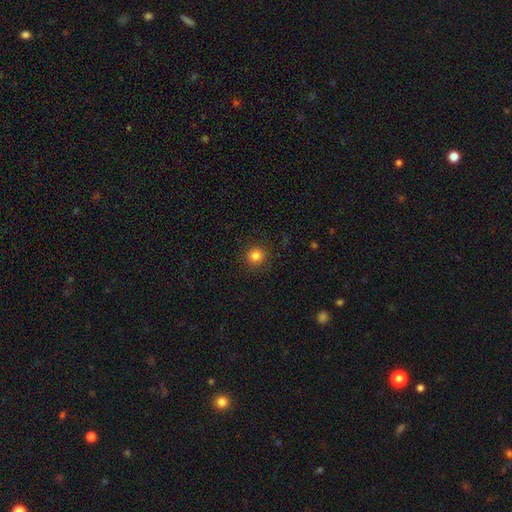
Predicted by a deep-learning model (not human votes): Smooth or featured: smooth — 83% (star or artifact — 12%)
How rounded: round — 93% (in between — 6%)
Merging: none — 90% (minor disturbance — 6%)